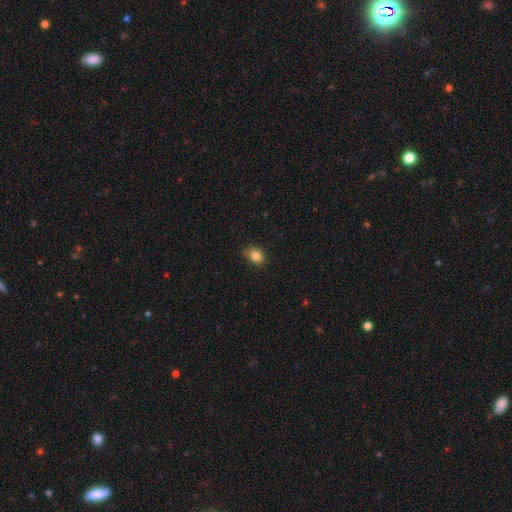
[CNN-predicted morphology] This is clearly a smooth galaxy (84%). How rounded: possibly round (55%). Merging: likely none (74%).